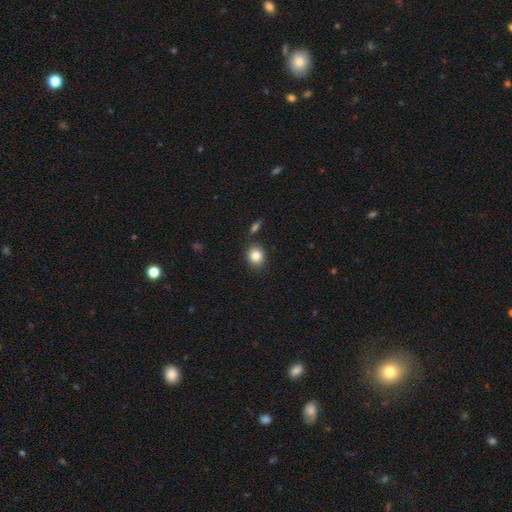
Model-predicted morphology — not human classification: This is clearly a smooth galaxy (85%). How rounded: likely round (71%). Merging: clearly none (83%).